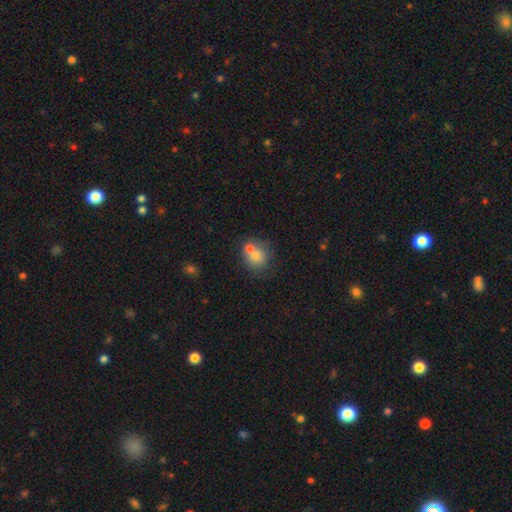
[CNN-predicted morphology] Smooth or featured? Predicted: smooth (p=0.74). How rounded? Predicted: round (p=0.77). Merging? Predicted: none (p=0.43).